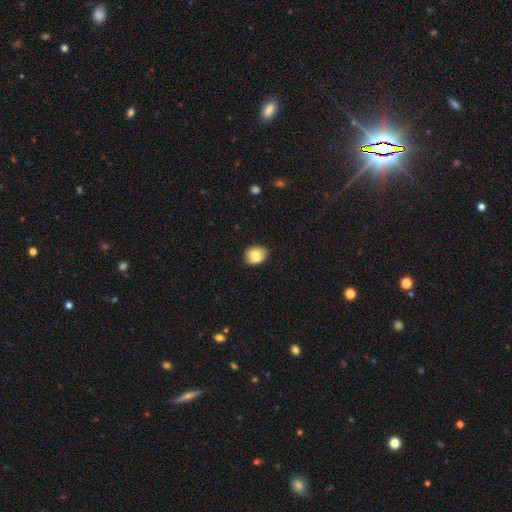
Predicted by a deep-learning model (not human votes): smooth_or_featured: smooth (p=0.73) [alt: featured or disk p=0.19]
how_rounded: in between (p=0.50) [alt: round p=0.49]
merging: none (p=0.64) [alt: minor disturbance p=0.19]